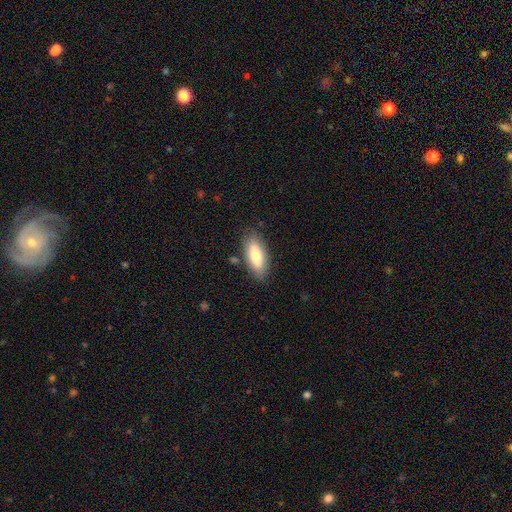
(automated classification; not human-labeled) smooth 78%, featured or disk 16%, star or artifact 6%. Down the decision tree: how rounded — in between (82%); merging — none (82%).